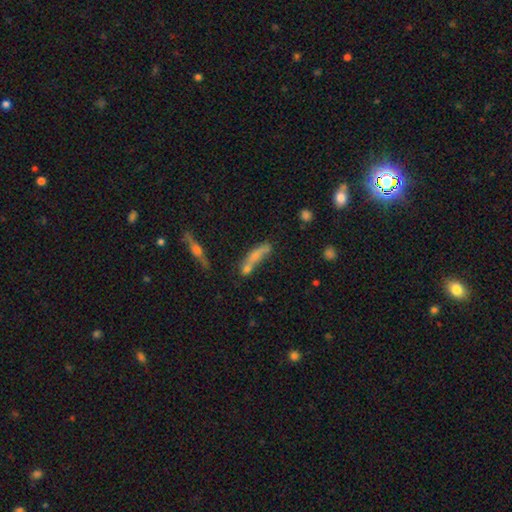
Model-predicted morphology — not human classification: This is possibly a smooth galaxy (58%). How rounded: likely cigar-shaped (70%). Merging: marginally none (37%).